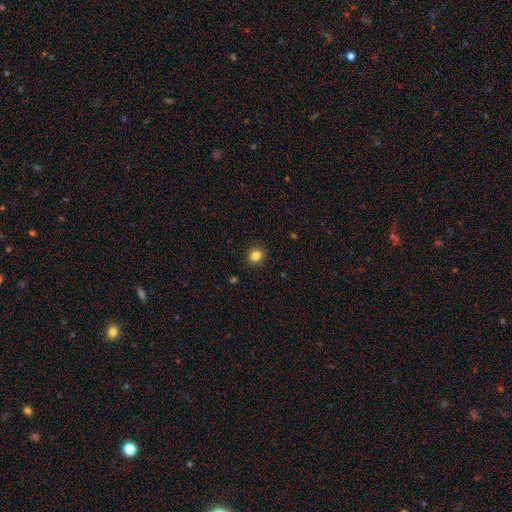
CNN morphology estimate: This appears to be a smooth galaxy with no disk features (83%) that is round (83%). Merging: none (92%).